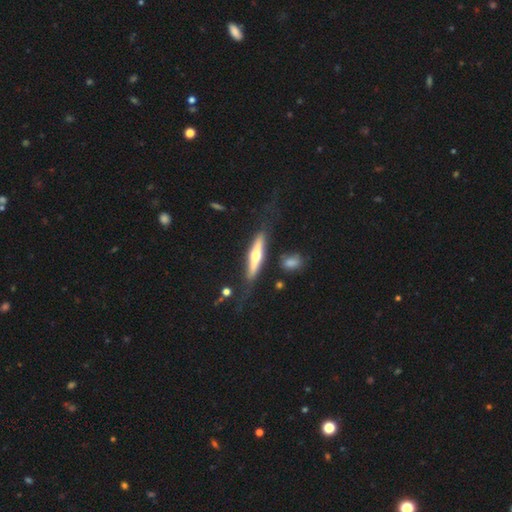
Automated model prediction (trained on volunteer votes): The model was most divided on "smooth or featured": featured or disk: 63%, smooth: 32%, star or artifact: 5%. More confident: edge-on disk — yes (93%); edge-on bulge — rounded (91%); merging — none (72%).